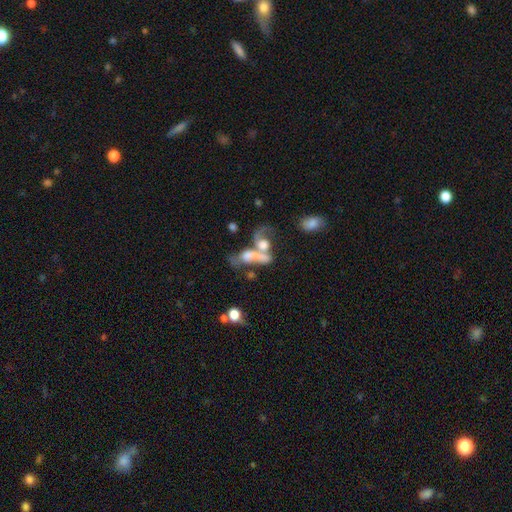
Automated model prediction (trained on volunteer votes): Smooth or featured: smooth — 44% (featured or disk — 43%)
Merging: merger — 63% (major disturbance — 17%)